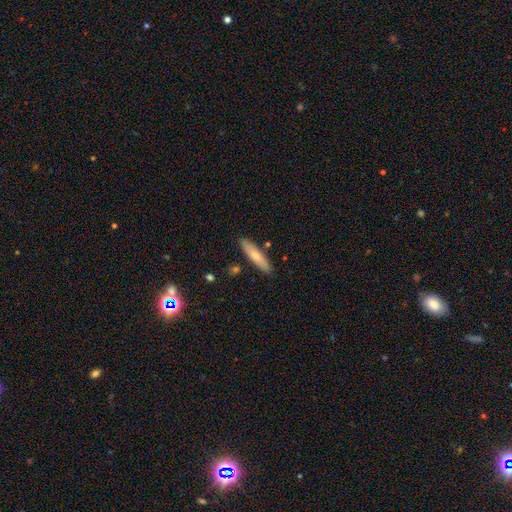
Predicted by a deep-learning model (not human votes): This appears to be a smooth galaxy with no disk features (70%) that is cigar-shaped (81%). Merging: none (86%).